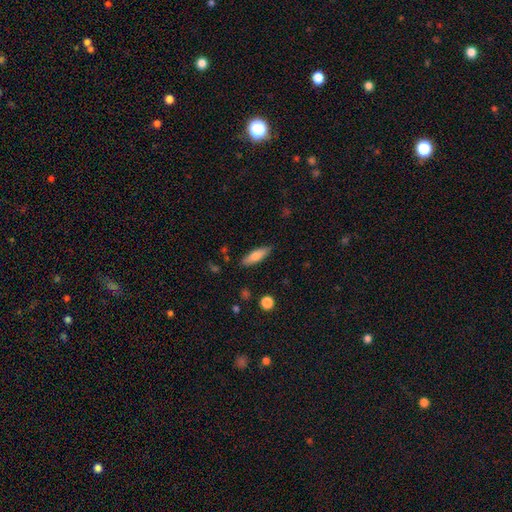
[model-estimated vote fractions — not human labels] This is likely a smooth galaxy (70%). How rounded: possibly cigar-shaped (55%). Merging: clearly none (86%).